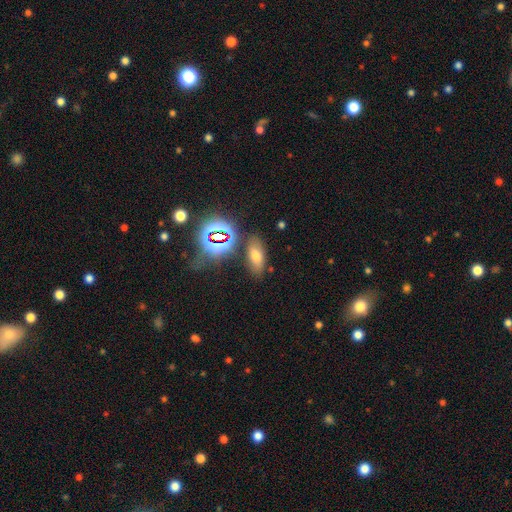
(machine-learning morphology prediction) A smooth galaxy with no disk features (59%) that is in between round and cigar-shaped (82%). Merging: none (78%).